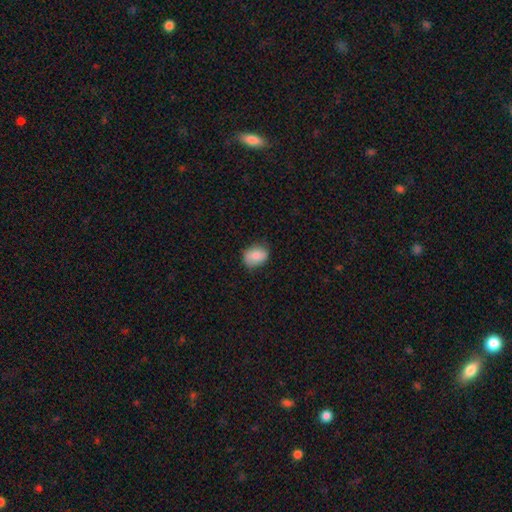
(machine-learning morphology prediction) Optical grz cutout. It shows a smooth galaxy with no disk features (80%) that is in between round and cigar-shaped (64%). Merging: none (74%).